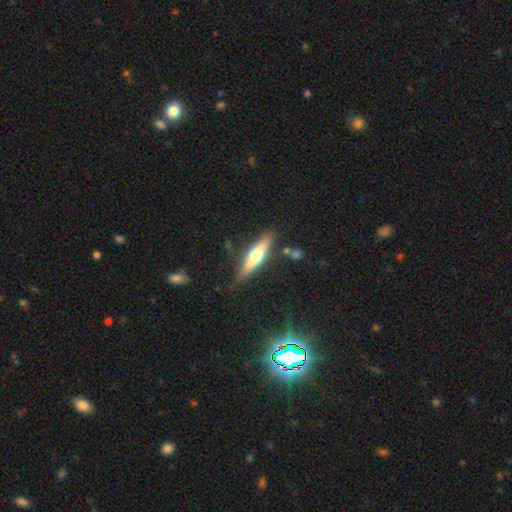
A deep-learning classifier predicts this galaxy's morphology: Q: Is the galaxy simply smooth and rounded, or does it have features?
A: featured or disk — 49%.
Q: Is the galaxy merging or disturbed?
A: none — 80%.